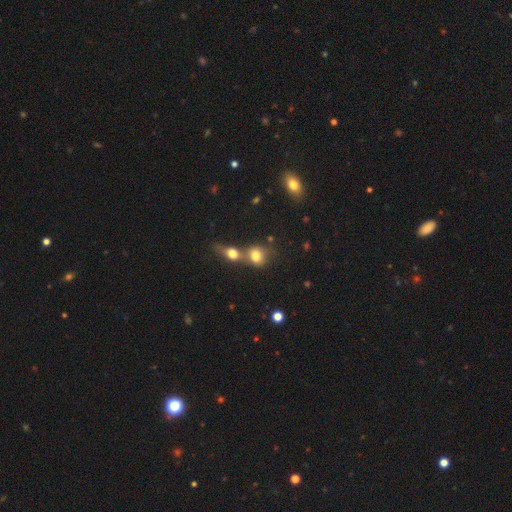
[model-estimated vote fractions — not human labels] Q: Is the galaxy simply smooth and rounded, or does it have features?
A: smooth — 77%.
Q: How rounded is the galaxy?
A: round — 64%.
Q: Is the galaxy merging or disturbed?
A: merger — 58%.